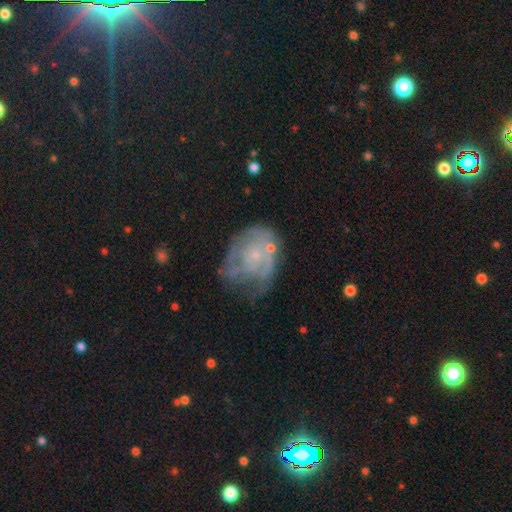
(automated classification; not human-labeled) Smooth or featured? Predicted: featured or disk (p=0.70). Edge-on disk? Predicted: no (p=0.98). Bar? Predicted: no (p=0.83). Spiral arms? Predicted: yes (p=0.65). Bulge size? Predicted: small (p=0.72). Merging? Predicted: none (p=0.39).